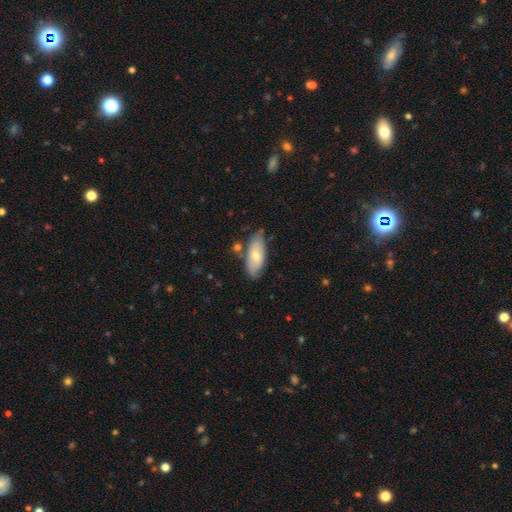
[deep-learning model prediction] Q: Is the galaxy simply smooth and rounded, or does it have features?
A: smooth — 65%.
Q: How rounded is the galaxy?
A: in between — 80%.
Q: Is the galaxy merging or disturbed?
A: none — 71%.